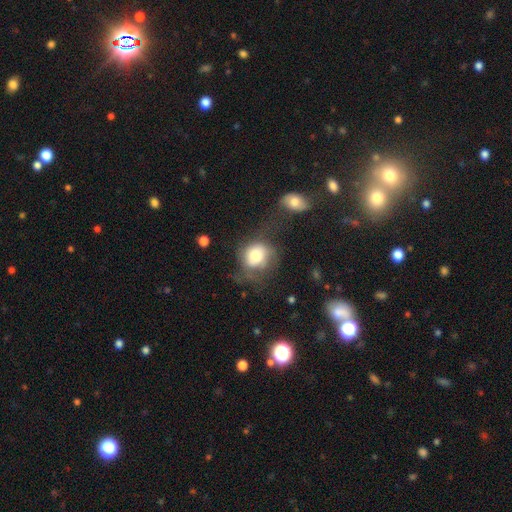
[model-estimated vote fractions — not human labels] A smooth galaxy with no disk features (68%) that is round (72%).

Vote fractions:
- Smooth or featured? smooth: 68% / featured or disk: 23% / star or artifact: 9%
- How rounded? round: 72% / in between: 27% / cigar-shaped: 1%
- Merging? none: 39% / major disturbance: 28% / minor disturbance: 25% / merger: 8%